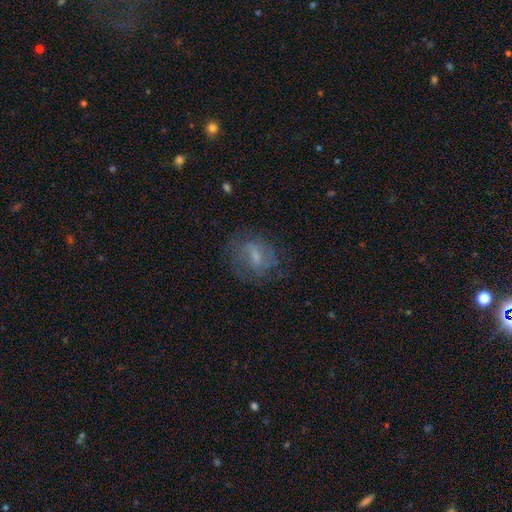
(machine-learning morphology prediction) A featured or disk galaxy (52%). Merging: none (63%).